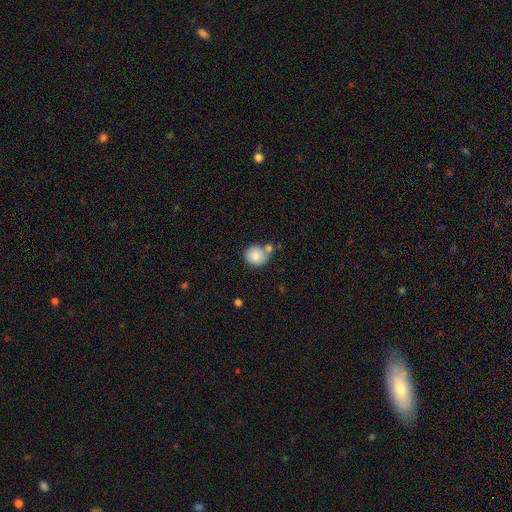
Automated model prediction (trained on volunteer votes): A smooth galaxy with no disk features (83%) that is round (87%). Merging: none (59%).